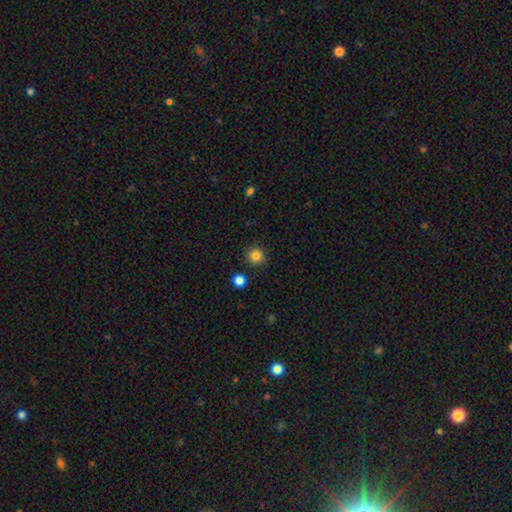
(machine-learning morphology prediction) smooth-or-featured: smooth: 84% | star or artifact: 12% | featured or disk: 4%
  how-rounded: round: 93% | in between: 6% | cigar-shaped: 1%
  merging: none: 90% | minor disturbance: 6% | merger: 2% | major disturbance: 2%